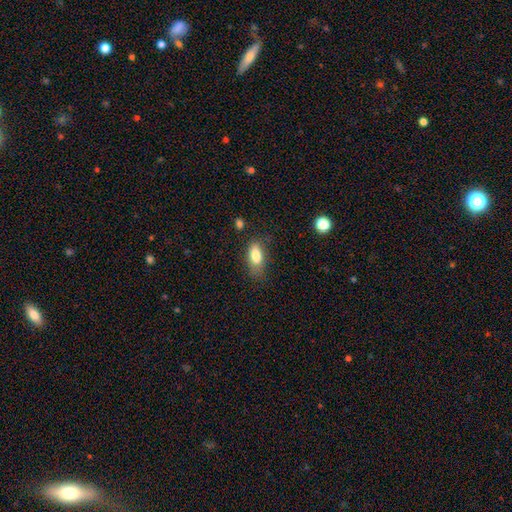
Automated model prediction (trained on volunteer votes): Smooth or featured? smooth (81%)
How rounded? in between (86%)
Merging? none (61%)